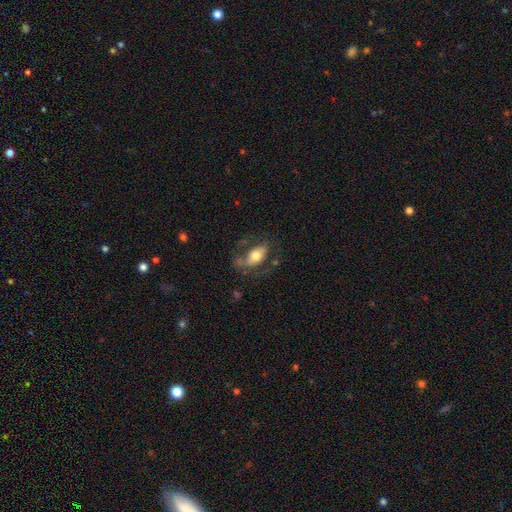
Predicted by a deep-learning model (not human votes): smooth-or-featured: smooth: 57% | featured or disk: 36% | star or artifact: 7%
  how-rounded: in between: 88% | cigar-shaped: 6% | round: 6%
  merging: none: 55% | minor disturbance: 21% | major disturbance: 19% | merger: 4%